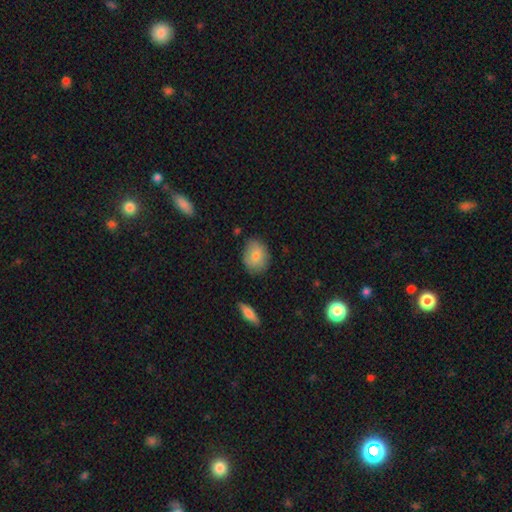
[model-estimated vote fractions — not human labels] Smooth or featured?
  - smooth: 82% *
  - featured or disk: 11%
  - star or artifact: 7%
How rounded?
  - in between: 60% *
  - round: 38%
  - cigar-shaped: 1%
Merging?
  - none: 77% *
  - minor disturbance: 18%
  - major disturbance: 3%
  - merger: 2%